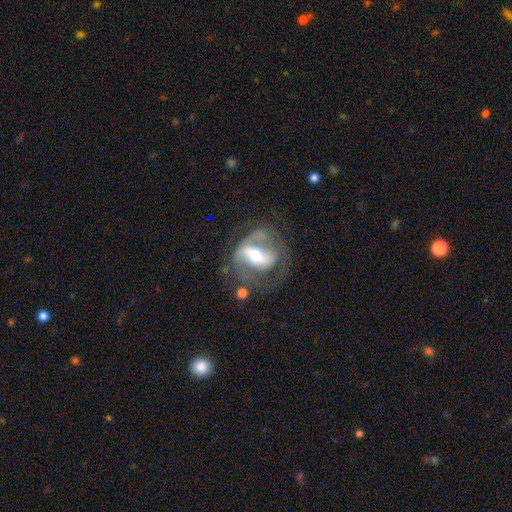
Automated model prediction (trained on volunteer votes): This is likely a featured or disk galaxy (78%). It is clearly not viewed edge-on (94%). Bar: possibly strong (51%). Spiral arm pattern: likely yes (74%). Spiral arm count: likely 2 (63%). Spiral winding: marginally medium (45%). Central bulge: likely moderate (68%). Merging: possibly none (46%).